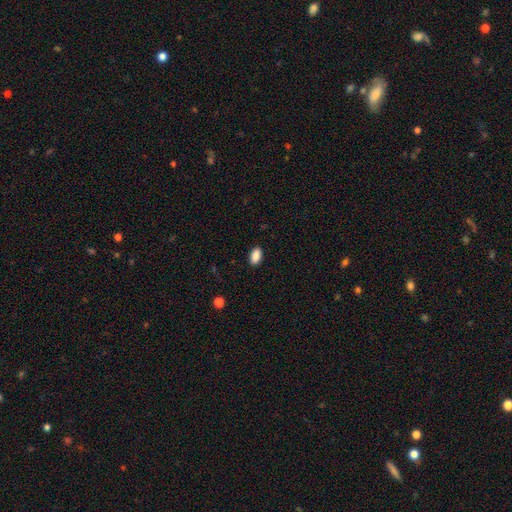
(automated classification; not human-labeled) Smooth or featured?
  - smooth: 89% *
  - star or artifact: 8%
  - featured or disk: 4%
How rounded?
  - in between: 92% *
  - round: 4%
  - cigar-shaped: 3%
Merging?
  - none: 89% *
  - minor disturbance: 8%
  - major disturbance: 2%
  - merger: 1%